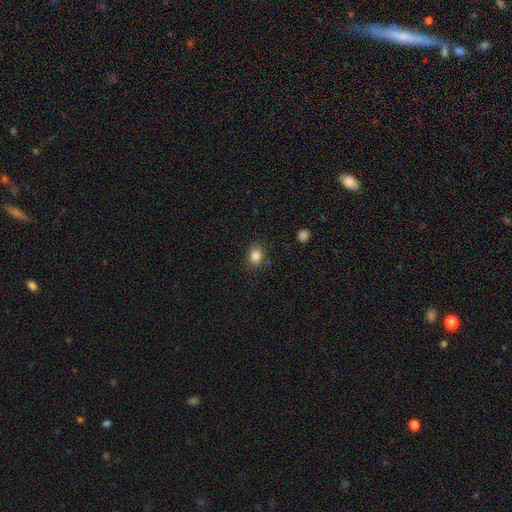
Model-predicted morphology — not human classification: This is clearly a smooth galaxy (84%). How rounded: possibly round (50%). Merging: clearly none (83%).